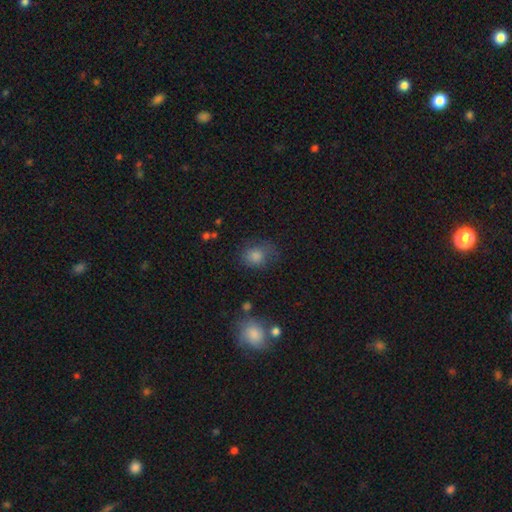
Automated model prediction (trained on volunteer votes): smooth-or-featured: smooth: 79% | star or artifact: 13% | featured or disk: 9%
  how-rounded: round: 57% | in between: 42% | cigar-shaped: 1%
  merging: none: 62% | minor disturbance: 24% | major disturbance: 10% | merger: 3%